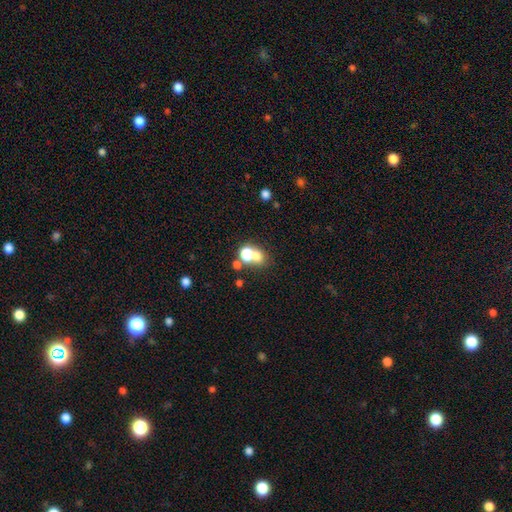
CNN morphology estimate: Overall: smooth (68%). How rounded: round (65%; in between 34%). Merging: merger (49%; none 38%).